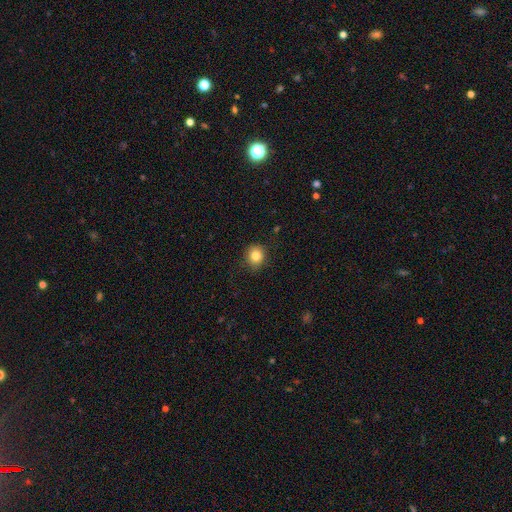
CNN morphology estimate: smooth 83%, star or artifact 11%, featured or disk 7%. Down the decision tree: how rounded — round (80%); merging — none (85%).